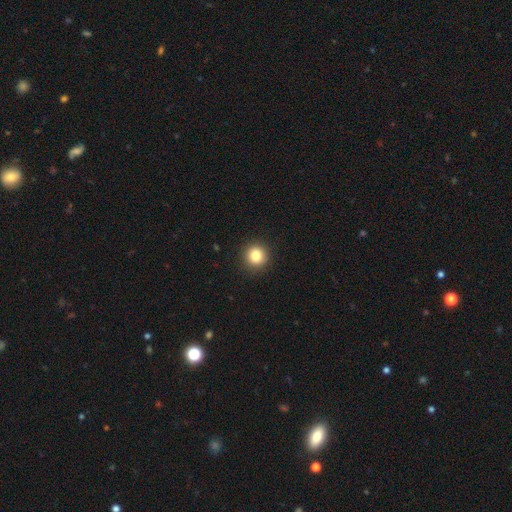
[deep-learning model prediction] Overall: smooth (84%). How rounded: round (94%). Merging: none (92%).